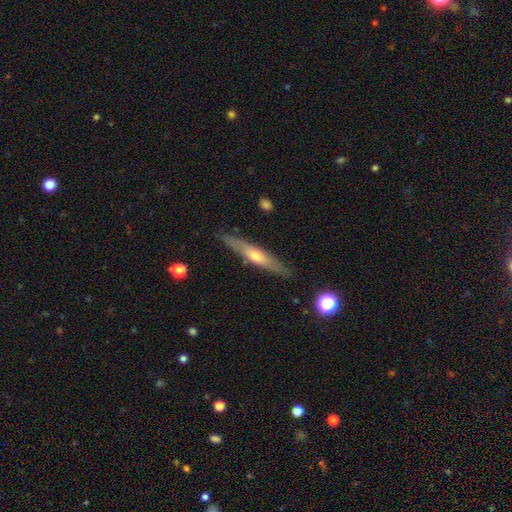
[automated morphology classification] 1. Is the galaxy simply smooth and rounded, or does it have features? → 56% featured or disk, 38% smooth, 6% star or artifact.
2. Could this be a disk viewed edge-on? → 89% yes, 11% no.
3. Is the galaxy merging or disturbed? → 86% none, 10% minor disturbance, 2% major disturbance, 2% merger.